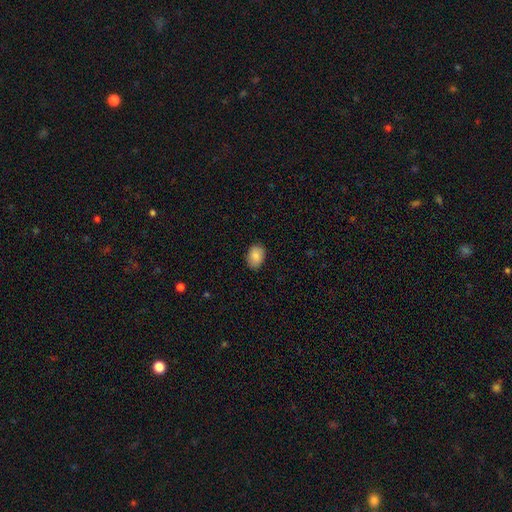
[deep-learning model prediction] smooth 86%, star or artifact 7%, featured or disk 6%. Down the decision tree: how rounded — in between (78%); merging — none (86%).